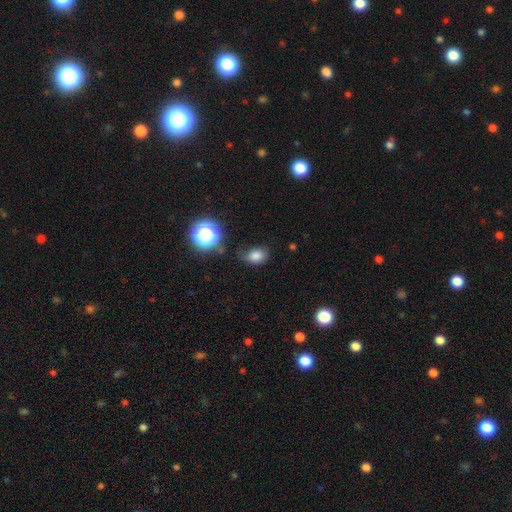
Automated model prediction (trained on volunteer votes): Smooth or featured? smooth (79%)
How rounded? in between (69%)
Merging? none (62%)